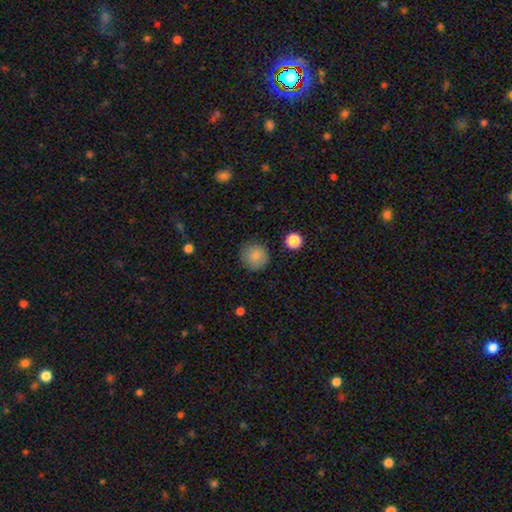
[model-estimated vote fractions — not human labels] Smooth or featured: smooth — 84% (star or artifact — 9%)
How rounded: round — 93% (in between — 6%)
Merging: none — 87% (minor disturbance — 9%)